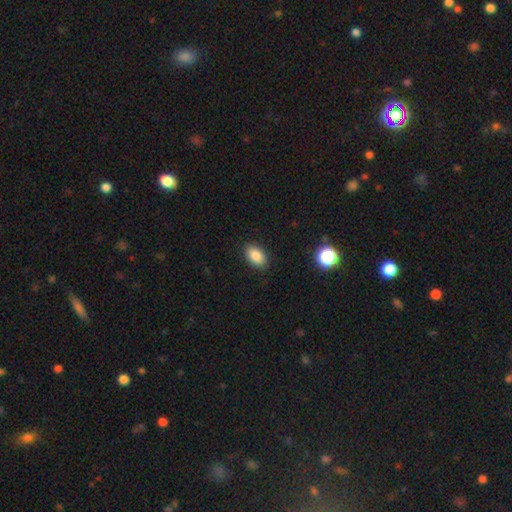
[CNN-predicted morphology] Smooth or featured? Predicted: smooth (p=0.86). How rounded? Predicted: in between (p=0.91). Merging? Predicted: none (p=0.89).